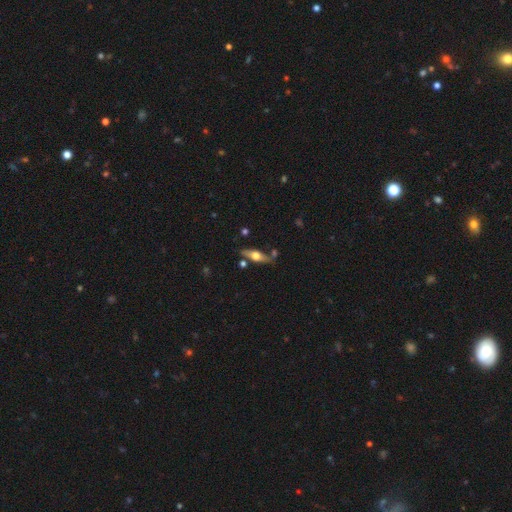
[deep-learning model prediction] The model was most divided on "smooth or featured": featured or disk: 57%, smooth: 37%, star or artifact: 6%. More confident: edge-on disk — yes (86%); merging — none (75%).